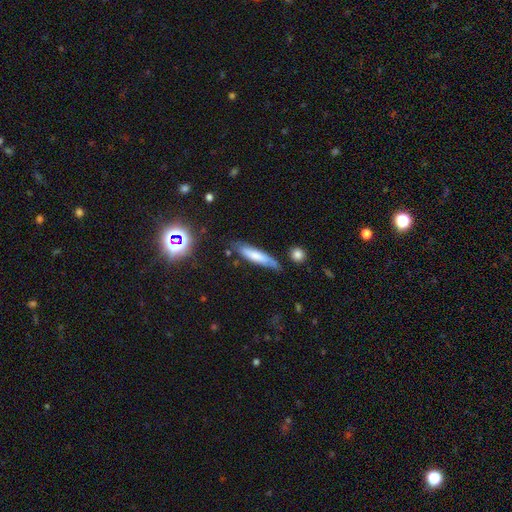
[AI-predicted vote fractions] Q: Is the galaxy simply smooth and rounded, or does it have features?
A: smooth — 68%.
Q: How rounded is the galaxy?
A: cigar-shaped — 80%.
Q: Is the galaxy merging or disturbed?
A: none — 66%.